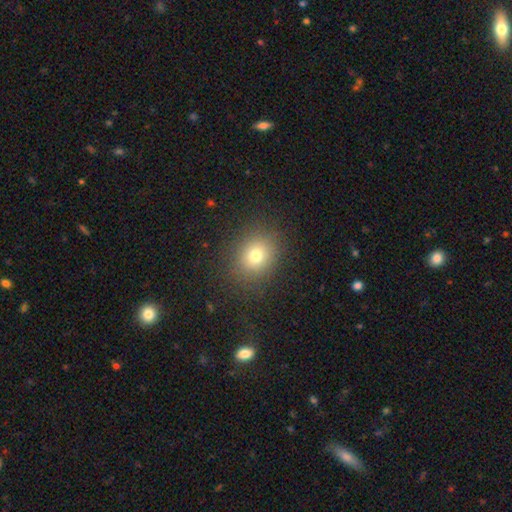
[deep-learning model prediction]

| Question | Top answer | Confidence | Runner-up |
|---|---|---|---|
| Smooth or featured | smooth | 75% | star or artifact (15%) |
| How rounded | round | 68% | in between (31%) |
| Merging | none | 86% | minor disturbance (9%) |